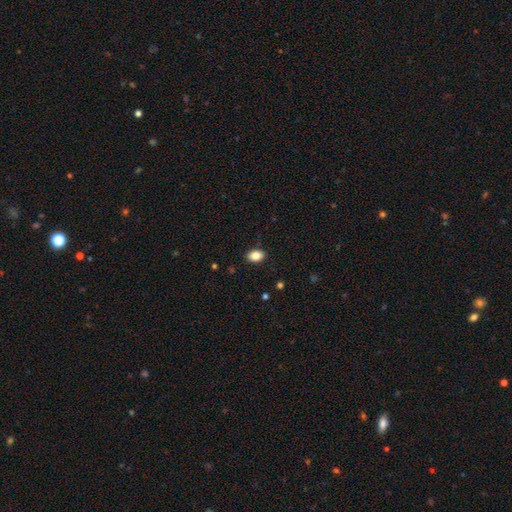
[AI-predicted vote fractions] A smooth galaxy with no disk features (85%) that is in between round and cigar-shaped (82%). Merging: none (88%).